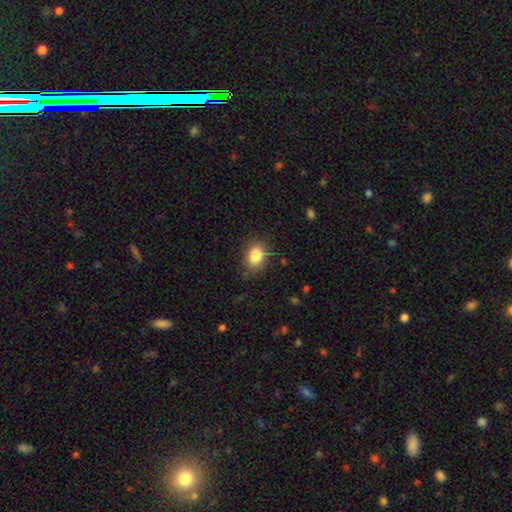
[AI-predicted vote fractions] Q: Smooth or featured?
A: smooth (85%); runner-up: star or artifact (9%)
Q: How rounded?
A: in between (67%); runner-up: round (32%)
Q: Merging?
A: none (80%); runner-up: minor disturbance (15%)